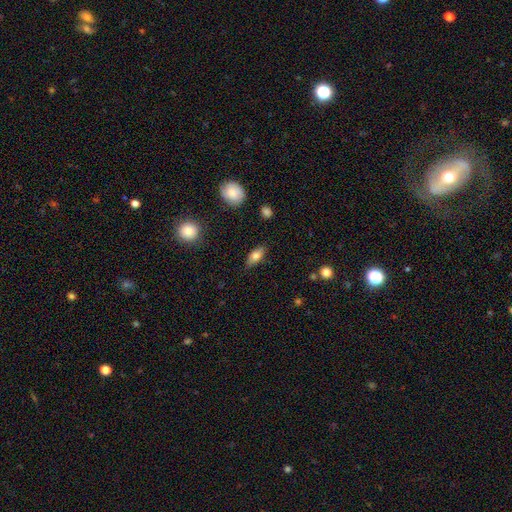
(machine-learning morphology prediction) A smooth galaxy with no disk features (74%) that is in between round and cigar-shaped (81%). Merging: none (83%).